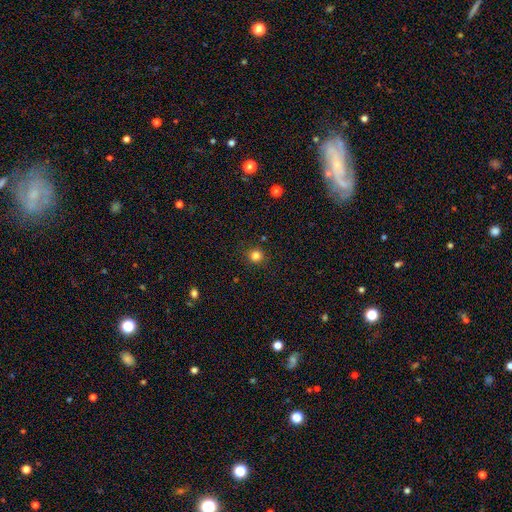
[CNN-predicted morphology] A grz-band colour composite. It shows a smooth galaxy with no disk features (83%) that is round (92%). Merging: none (90%).